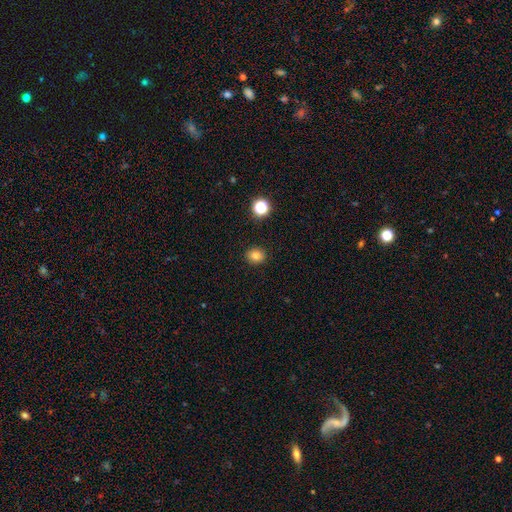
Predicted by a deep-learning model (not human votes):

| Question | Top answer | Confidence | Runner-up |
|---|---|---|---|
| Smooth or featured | smooth | 81% | star or artifact (13%) |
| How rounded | round | 69% | in between (31%) |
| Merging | none | 90% | minor disturbance (7%) |